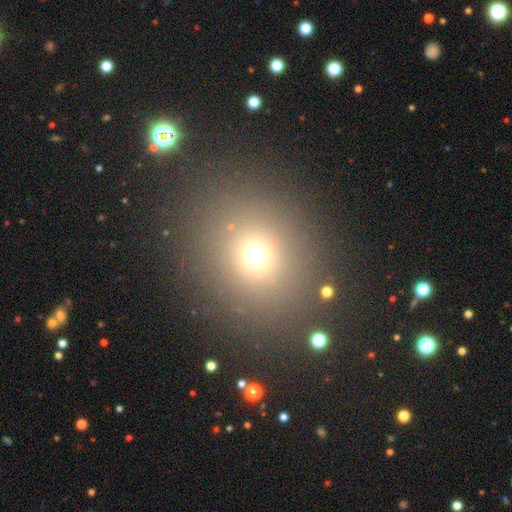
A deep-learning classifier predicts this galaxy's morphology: Smooth or featured? smooth (66%)
How rounded? round (77%)
Merging? none (83%)